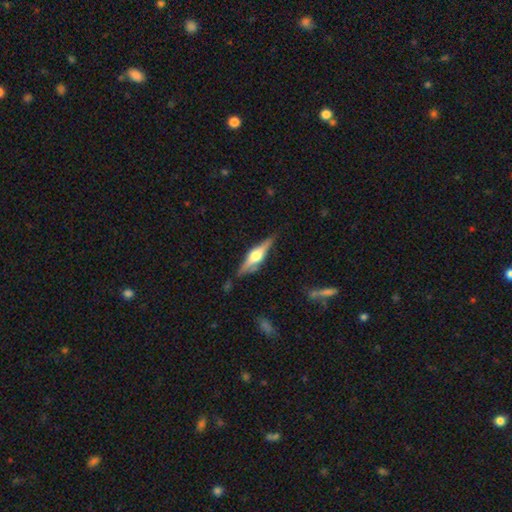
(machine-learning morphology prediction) smooth-or-featured: featured or disk: 72% | smooth: 22% | star or artifact: 6%
  disk-edge-on: yes: 97% | no: 3%
    edge-on-bulge: rounded: 92% | boxy: 6% | none: 2%
  merging: none: 82% | minor disturbance: 13% | major disturbance: 3% | merger: 2%